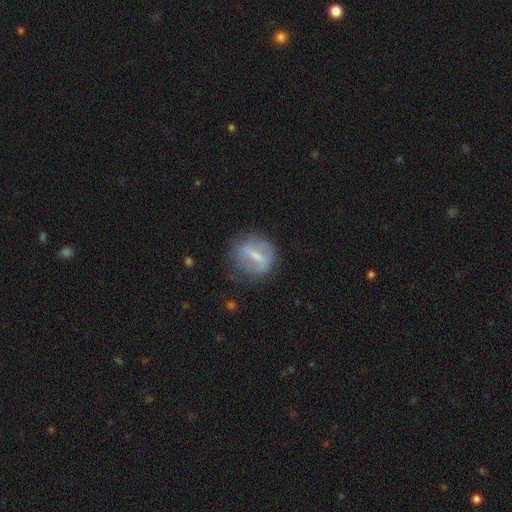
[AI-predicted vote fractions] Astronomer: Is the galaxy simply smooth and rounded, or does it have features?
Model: featured or disk — 57% (runner-up: smooth, 34%).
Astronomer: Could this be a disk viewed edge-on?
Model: no — 89%.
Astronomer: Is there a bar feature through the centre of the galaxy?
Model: strong — 58%.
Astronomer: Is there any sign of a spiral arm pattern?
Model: no — 70%.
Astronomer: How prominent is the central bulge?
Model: small — 42% (runner-up: moderate, 30%).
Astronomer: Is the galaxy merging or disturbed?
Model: none — 69%.